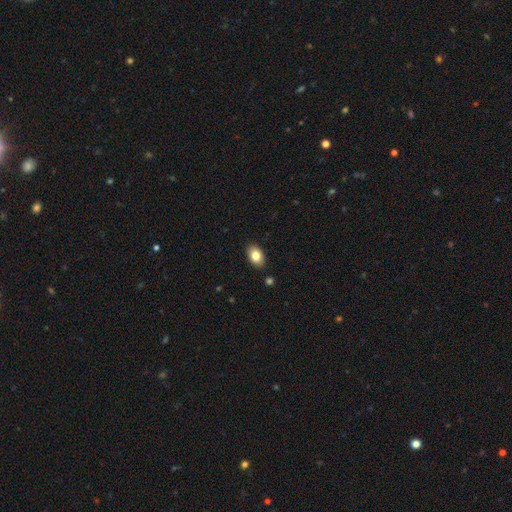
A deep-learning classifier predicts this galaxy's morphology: Q: Smooth or featured?
A: smooth (81%); runner-up: featured or disk (11%)
Q: How rounded?
A: in between (90%); runner-up: round (9%)
Q: Merging?
A: none (88%); runner-up: minor disturbance (8%)